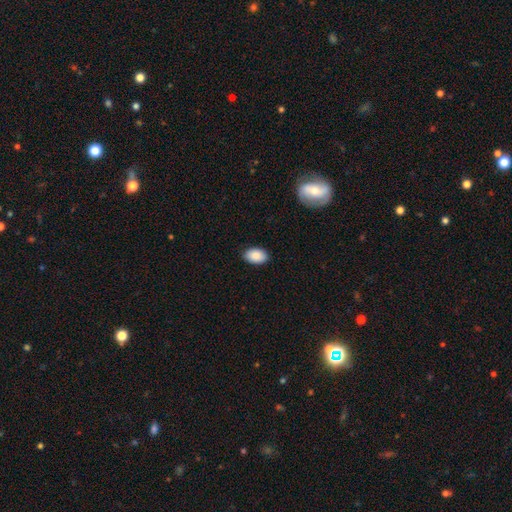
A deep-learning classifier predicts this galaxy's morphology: This is clearly a smooth galaxy (89%). How rounded: clearly in between (91%). Merging: clearly none (88%).